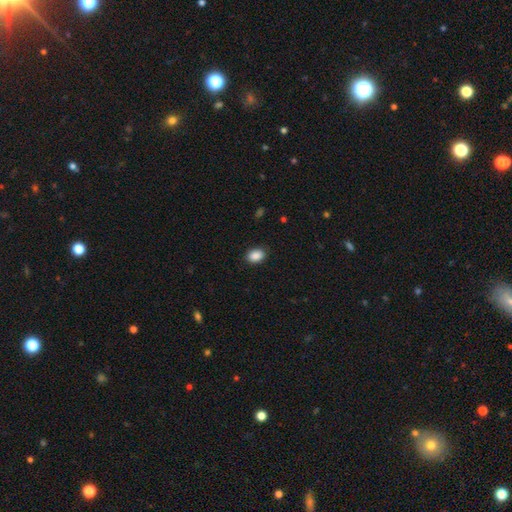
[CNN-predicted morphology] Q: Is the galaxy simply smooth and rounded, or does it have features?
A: smooth — 89%.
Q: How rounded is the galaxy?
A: in between — 77%.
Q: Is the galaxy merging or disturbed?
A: none — 87%.